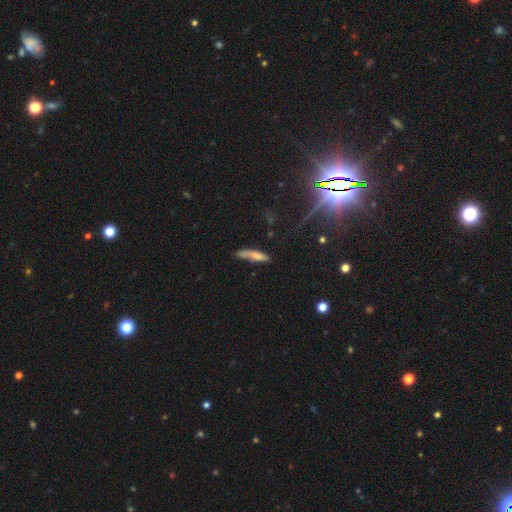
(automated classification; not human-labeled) Q: Smooth or featured?
A: smooth (73%); runner-up: featured or disk (19%)
Q: How rounded?
A: cigar-shaped (78%); runner-up: in between (21%)
Q: Merging?
A: none (51%); runner-up: minor disturbance (31%)